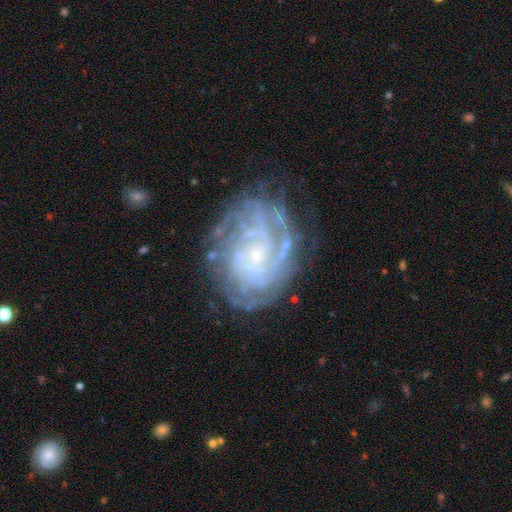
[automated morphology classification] Overall: featured or disk (86%). Edge-on disk: no (98%). Bar: no (73%). Spiral arms: yes (94%). Spiral arm count: can't tell (36%; 4 18%). Spiral winding: tight (73%). Bulge size: small (81%). Merging: none (69%).